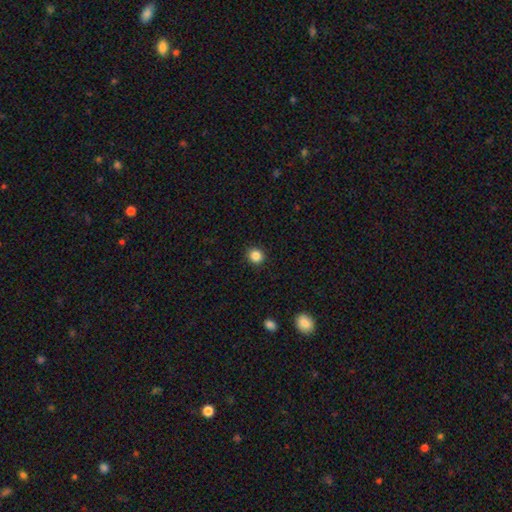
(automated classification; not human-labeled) Smooth or featured? smooth (86%)
How rounded? round (85%)
Merging? none (92%)